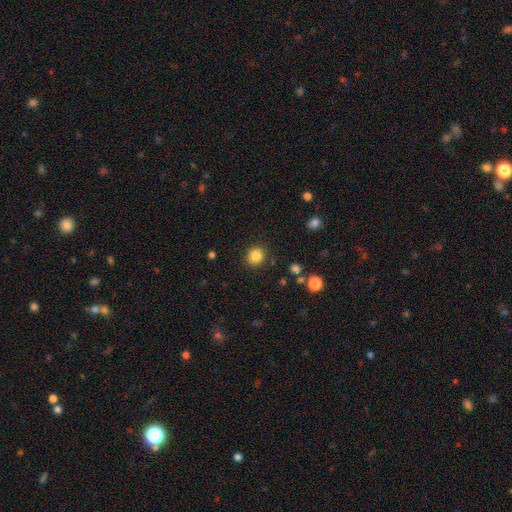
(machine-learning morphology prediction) Smooth or featured? Predicted: smooth (p=0.84). How rounded? Predicted: round (p=0.81). Merging? Predicted: none (p=0.88).